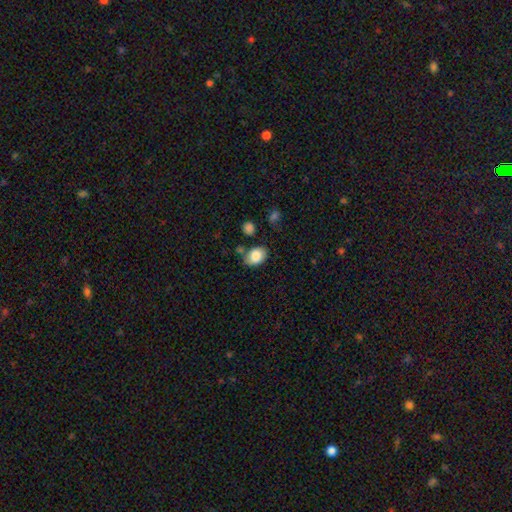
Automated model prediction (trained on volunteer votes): smooth 81%, featured or disk 11%, star or artifact 8%. Down the decision tree: how rounded — in between (75%); merging — none (65%).